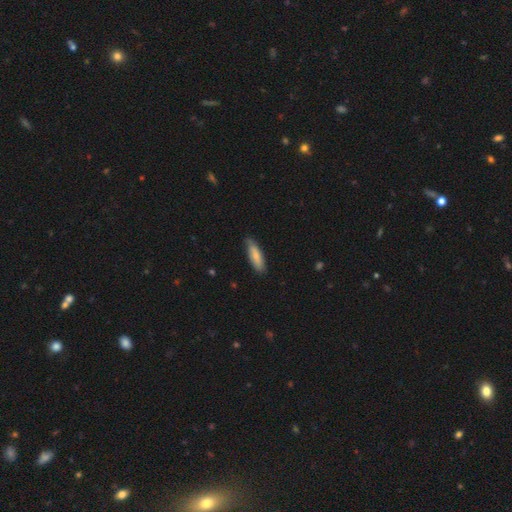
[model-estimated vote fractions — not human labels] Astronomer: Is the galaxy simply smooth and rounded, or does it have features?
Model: smooth — 76%.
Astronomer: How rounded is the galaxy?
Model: cigar-shaped — 50% (runner-up: in between, 48%).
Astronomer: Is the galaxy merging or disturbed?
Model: none — 74%.